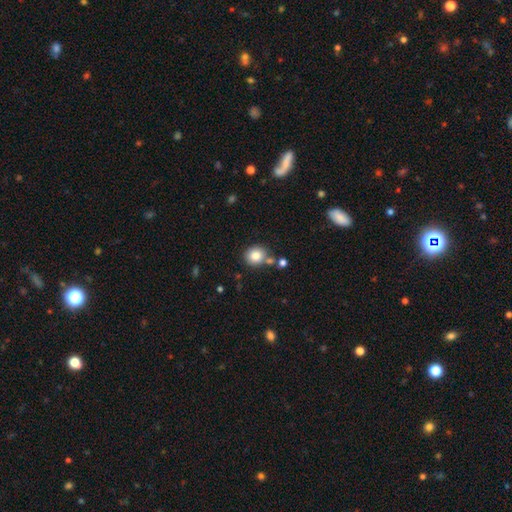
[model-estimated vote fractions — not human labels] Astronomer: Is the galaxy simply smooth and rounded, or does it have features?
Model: smooth — 83%.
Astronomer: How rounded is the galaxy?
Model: round — 82%.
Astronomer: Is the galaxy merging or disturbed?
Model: none — 71%.